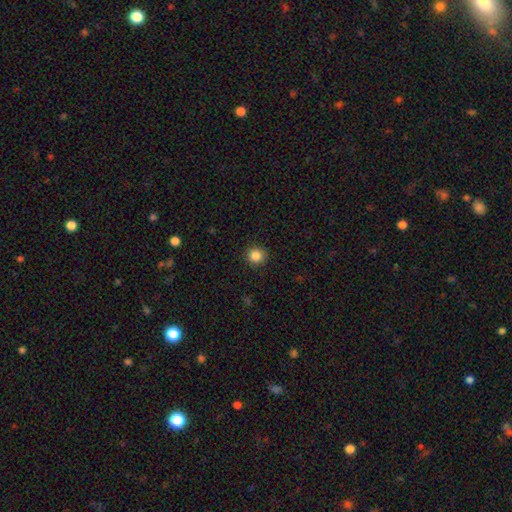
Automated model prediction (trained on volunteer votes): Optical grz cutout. It shows a smooth galaxy with no disk features (85%) that is round (91%). Merging: none (91%).